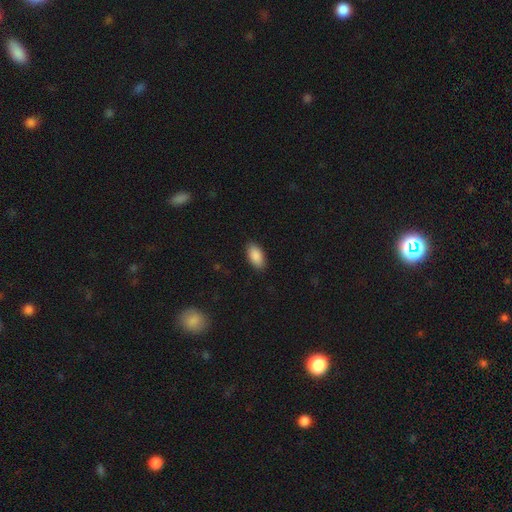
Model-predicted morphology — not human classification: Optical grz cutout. It shows a smooth galaxy with no disk features (90%) that is in between round and cigar-shaped (94%). Merging: none (88%).